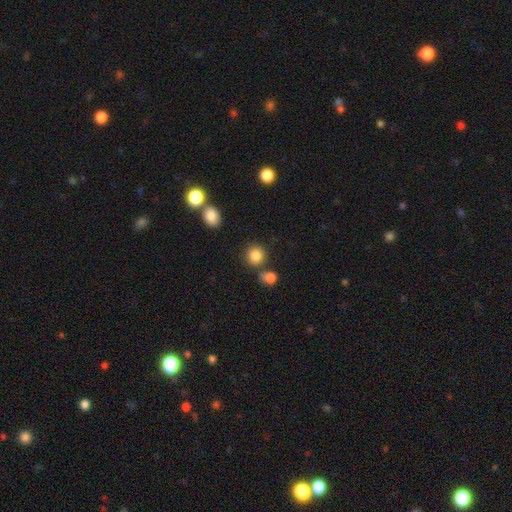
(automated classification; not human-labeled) Q: Smooth or featured?
A: smooth (84%); runner-up: star or artifact (11%)
Q: How rounded?
A: round (88%); runner-up: in between (11%)
Q: Merging?
A: none (74%); runner-up: merger (14%)